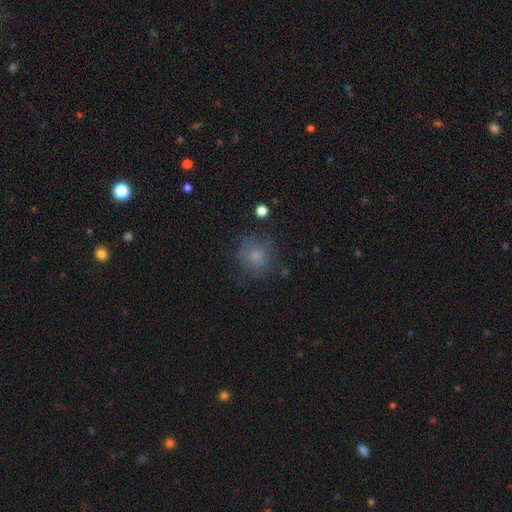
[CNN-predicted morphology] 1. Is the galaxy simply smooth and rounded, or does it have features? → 71% smooth, 17% featured or disk, 12% star or artifact.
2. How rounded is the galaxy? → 86% round, 13% in between, 1% cigar-shaped.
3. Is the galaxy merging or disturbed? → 71% none, 18% minor disturbance, 9% major disturbance, 2% merger.